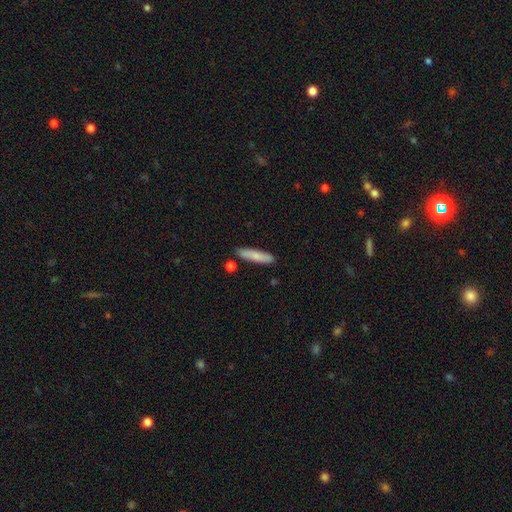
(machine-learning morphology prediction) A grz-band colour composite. It shows a smooth galaxy with no disk features (79%) that is cigar-shaped (81%). Merging: none (83%).